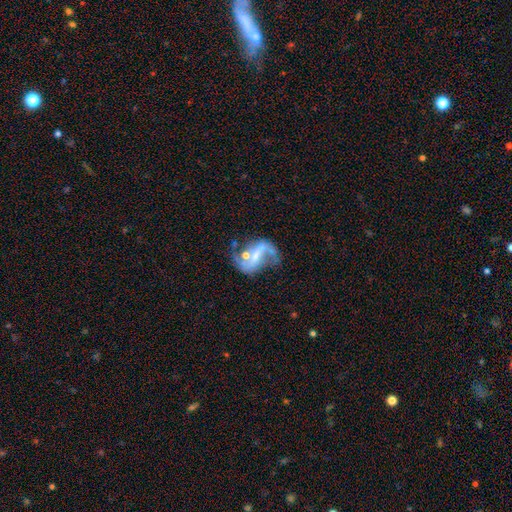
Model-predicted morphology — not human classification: The model was most divided on "bulge size": moderate: 42%, small: 39%, none: 13%, large: 5%, dominant: 1%. Remaining: edge-on disk — no (97%); spiral arms — yes (90%); spiral arm count — 2 (88%); smooth or featured — featured or disk (84%); spiral winding — loose (71%); merging — none (49%); bar — weak (45%).